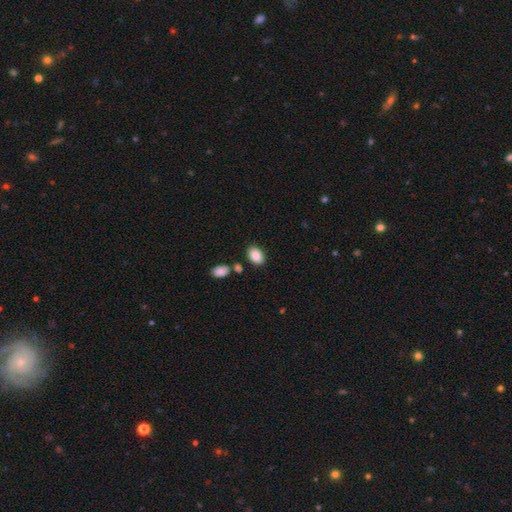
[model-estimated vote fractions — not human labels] Smooth or featured? Predicted: smooth (p=0.87). How rounded? Predicted: in between (p=0.84). Merging? Predicted: none (p=0.81).